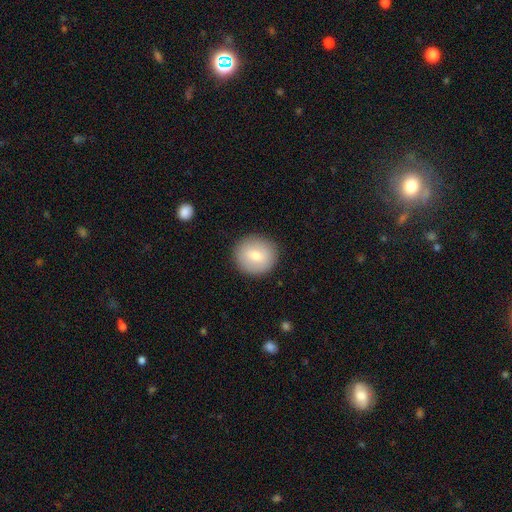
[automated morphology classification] The model was most divided on "smooth or featured": smooth: 74%, featured or disk: 19%, star or artifact: 8%. More confident: how rounded — round (89%); merging — none (89%).